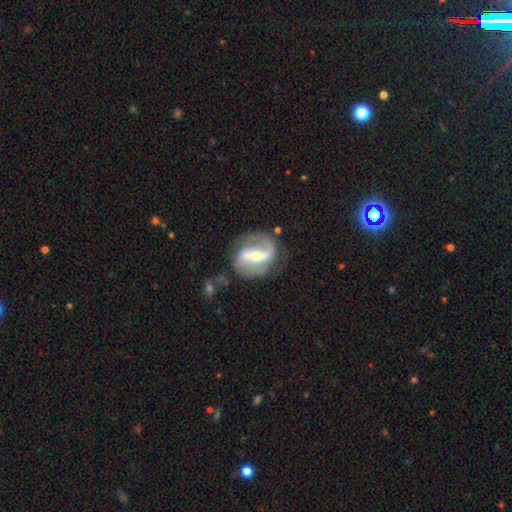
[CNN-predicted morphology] smooth-or-featured: featured or disk: 82% | smooth: 13% | star or artifact: 6%
  disk-edge-on: no: 94% | yes: 6%
    bar: strong: 62% | weak: 27% | no: 12%
    has-spiral-arms: yes: 85% | no: 15%
      spiral-winding: loose: 47% | medium: 37% | tight: 15%
      spiral-arm-count: 2: 84% | 1: 7% | can't tell: 6% | 3: 1% | 4: 1% | more than 4: 1%
    bulge-size: moderate: 52% | small: 41% | large: 4% | none: 2% | dominant: 1%
  merging: none: 74% | minor disturbance: 15% | major disturbance: 8% | merger: 3%